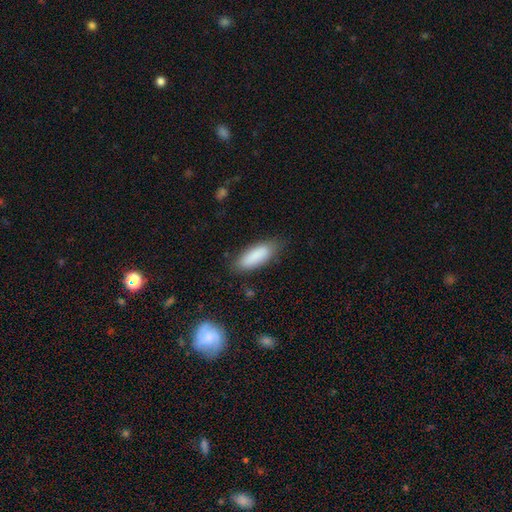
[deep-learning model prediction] A smooth galaxy with no disk features (86%) that is in between round and cigar-shaped (69%).

Vote fractions:
- Smooth or featured? smooth: 86% / featured or disk: 7% / star or artifact: 6%
- How rounded? in between: 69% / cigar-shaped: 29% / round: 2%
- Merging? none: 78% / minor disturbance: 17% / major disturbance: 4% / merger: 2%